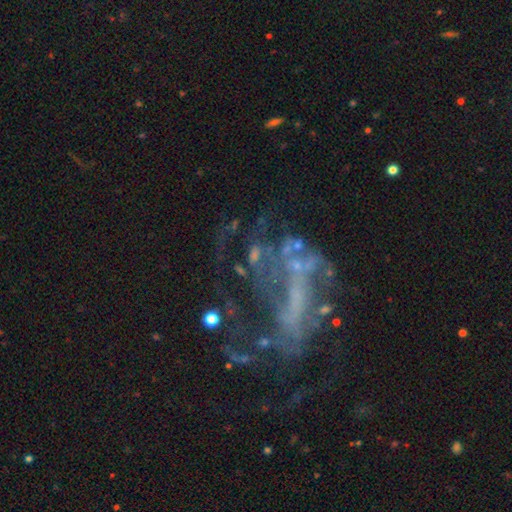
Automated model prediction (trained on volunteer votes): Smooth or featured? featured or disk (58%)
Edge-on disk? no (95%)
Bar? no (64%)
Spiral arms? yes (52%)
Bulge size? none (46%)
Merging? none (44%)